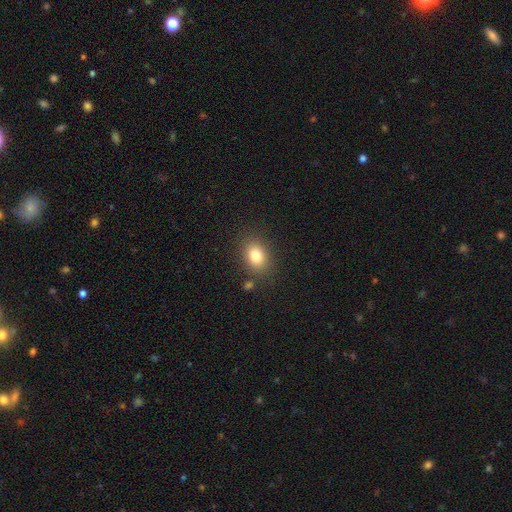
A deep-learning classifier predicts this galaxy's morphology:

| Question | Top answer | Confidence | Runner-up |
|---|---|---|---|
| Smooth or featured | smooth | 82% | star or artifact (10%) |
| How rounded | in between | 71% | round (28%) |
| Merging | none | 82% | minor disturbance (11%) |